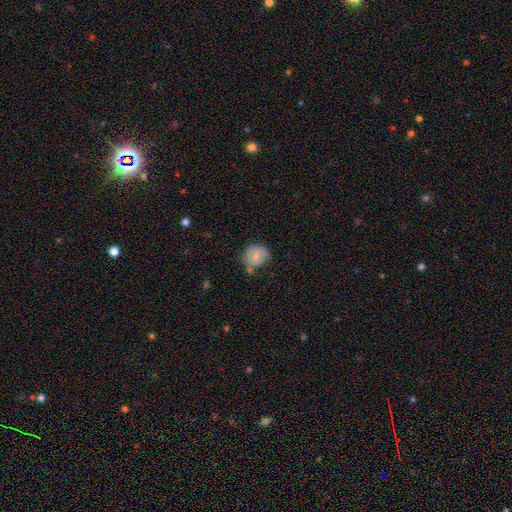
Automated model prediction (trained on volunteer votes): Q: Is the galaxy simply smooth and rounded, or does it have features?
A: smooth — 70%.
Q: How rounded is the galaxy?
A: round — 73%.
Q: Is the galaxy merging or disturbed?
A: none — 60%.